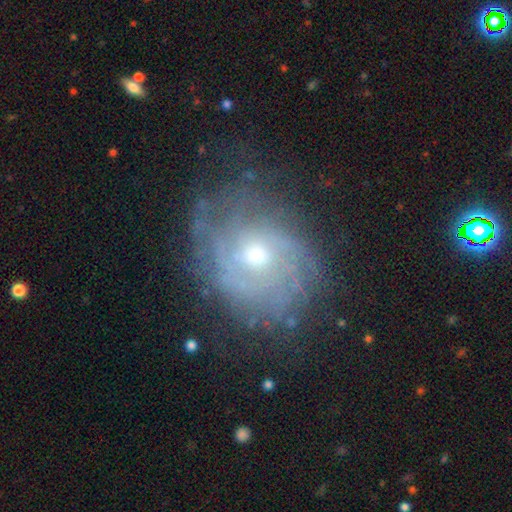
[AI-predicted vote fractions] Q: Smooth or featured?
A: featured or disk (78%); runner-up: smooth (12%)
Q: Edge-on disk?
A: no (96%); runner-up: yes (4%)
Q: Bar?
A: no (72%); runner-up: weak (24%)
Q: Spiral arms?
A: yes (88%); runner-up: no (12%)
Q: Spiral winding?
A: tight (67%); runner-up: medium (25%)
Q: Spiral arm count?
A: can't tell (51%); runner-up: 2 (15%)
Q: Bulge size?
A: moderate (65%); runner-up: small (27%)
Q: Merging?
A: none (68%); runner-up: minor disturbance (20%)